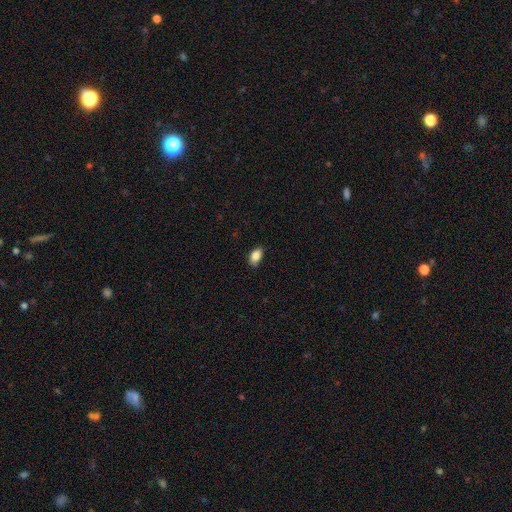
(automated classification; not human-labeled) A smooth galaxy with no disk features (86%) that is in between round and cigar-shaped (89%). Merging: none (80%).